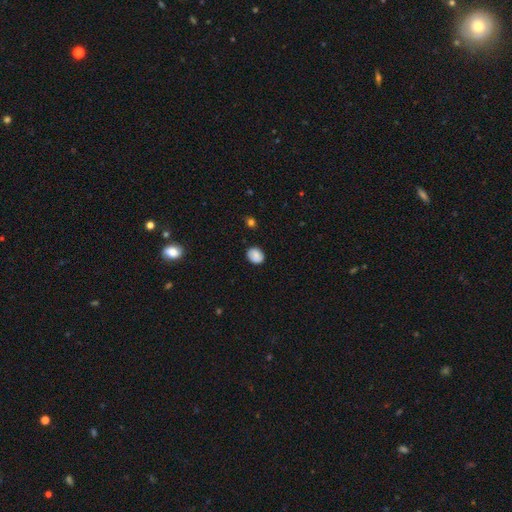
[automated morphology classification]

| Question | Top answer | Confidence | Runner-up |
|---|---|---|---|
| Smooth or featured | smooth | 84% | star or artifact (8%) |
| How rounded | round | 54% | in between (45%) |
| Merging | none | 83% | minor disturbance (13%) |